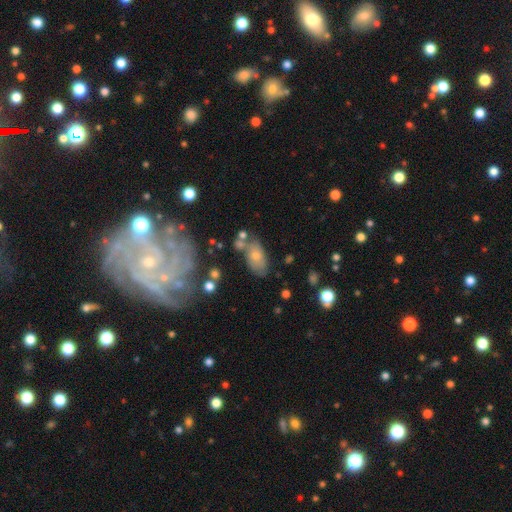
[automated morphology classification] This appears to be a smooth galaxy with no disk features (67%) that is in between round and cigar-shaped (90%). Merging: none (52%).